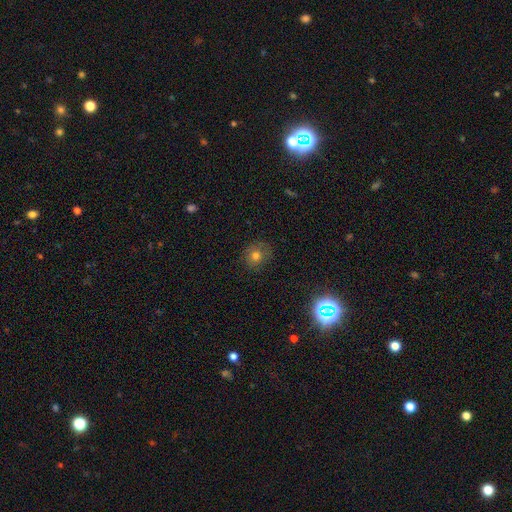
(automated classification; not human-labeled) Morphology: type=smooth (74%); roundness=round (80%); merging=none (79%).